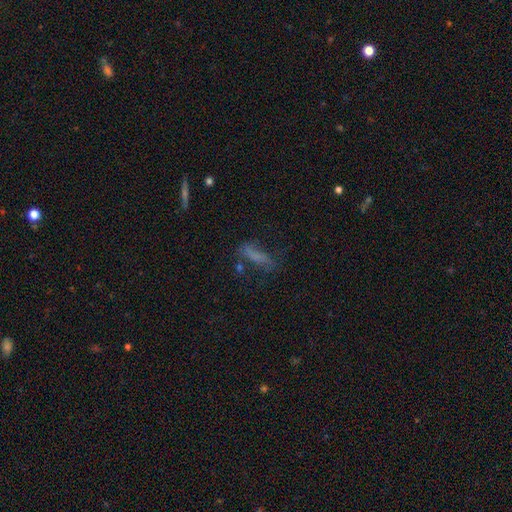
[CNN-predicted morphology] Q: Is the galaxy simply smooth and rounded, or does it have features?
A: smooth — 56%.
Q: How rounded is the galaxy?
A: cigar-shaped — 61%.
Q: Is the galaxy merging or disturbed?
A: none — 48%.